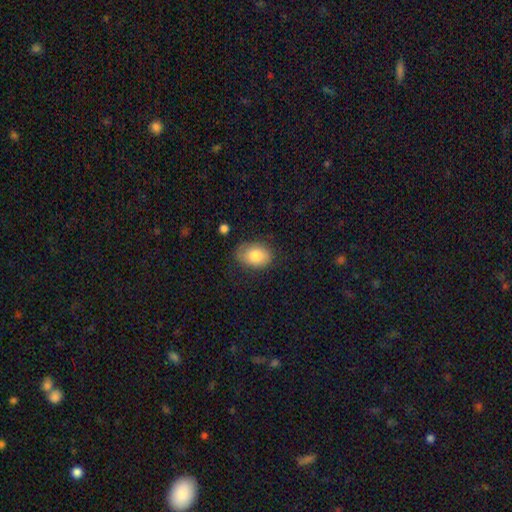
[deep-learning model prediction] smooth-or-featured: smooth: 80% | featured or disk: 13% | star or artifact: 7%
  how-rounded: in between: 82% | round: 17% | cigar-shaped: 1%
  merging: none: 73% | minor disturbance: 20% | major disturbance: 6% | merger: 2%